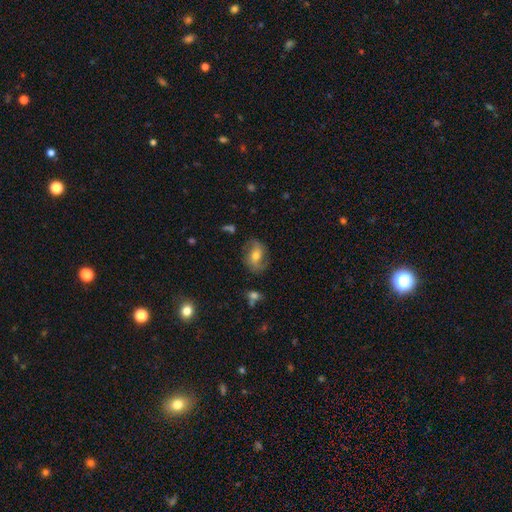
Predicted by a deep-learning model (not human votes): smooth_or_featured: featured or disk (p=0.66) [alt: smooth p=0.26]
disk_edge_on: no (p=0.96) [alt: yes p=0.04]
bar: weak (p=0.40) [alt: no p=0.39]
has_spiral_arms: yes (p=0.87) [alt: no p=0.13]
spiral_winding: medium (p=0.42) [alt: loose p=0.40]
spiral_arm_count: 2 (p=0.87) [alt: can't tell p=0.06]
bulge_size: moderate (p=0.68) [alt: small p=0.21]
merging: none (p=0.76) [alt: minor disturbance p=0.16]